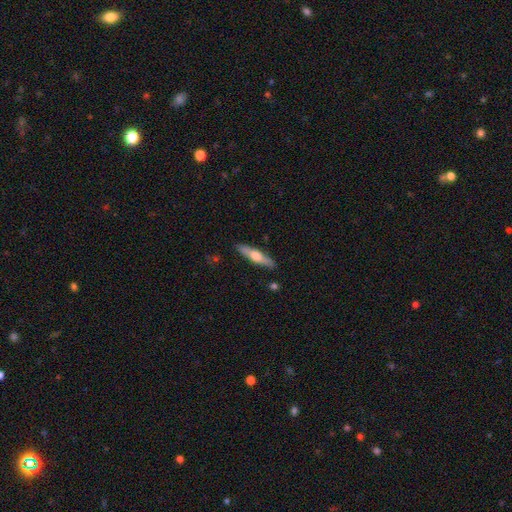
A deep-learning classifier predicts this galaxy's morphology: smooth 48%, featured or disk 46%, star or artifact 6%. Down the decision tree: merging — none (88%).